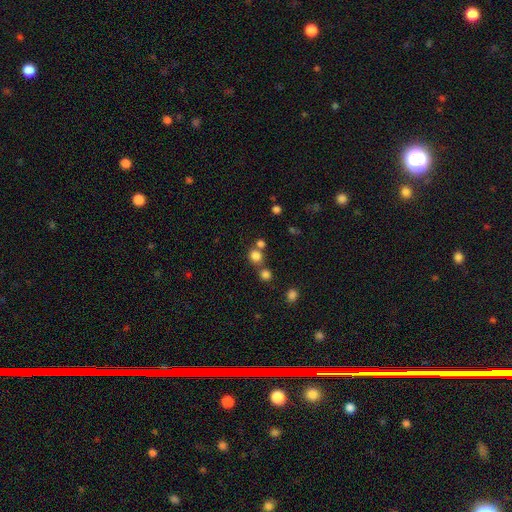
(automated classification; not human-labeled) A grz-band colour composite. It shows a smooth galaxy with no disk features (78%) that is round (85%). Merging: none (63%).